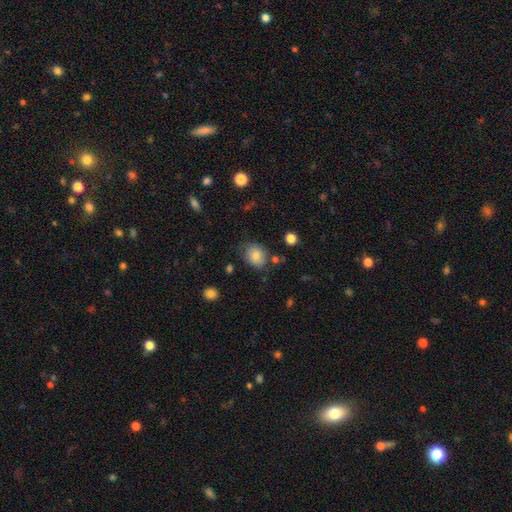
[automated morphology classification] A smooth galaxy with no disk features (76%) that is round (57%). Merging: none (69%).